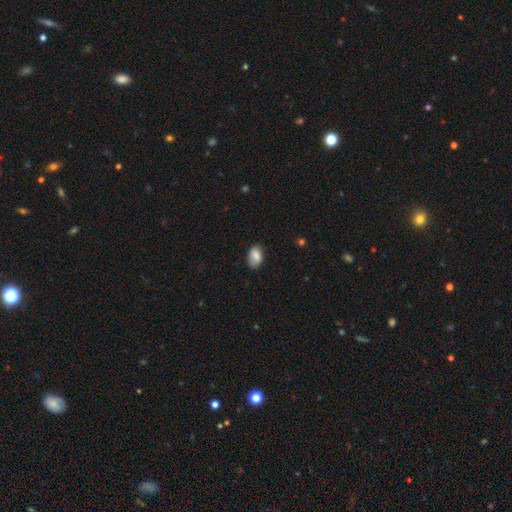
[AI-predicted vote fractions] A smooth galaxy with no disk features (83%) that is in between round and cigar-shaped (91%).

Vote fractions:
- Smooth or featured? smooth: 83% / featured or disk: 9% / star or artifact: 8%
- How rounded? in between: 91% / round: 8% / cigar-shaped: 1%
- Merging? none: 75% / minor disturbance: 20% / major disturbance: 4% / merger: 1%